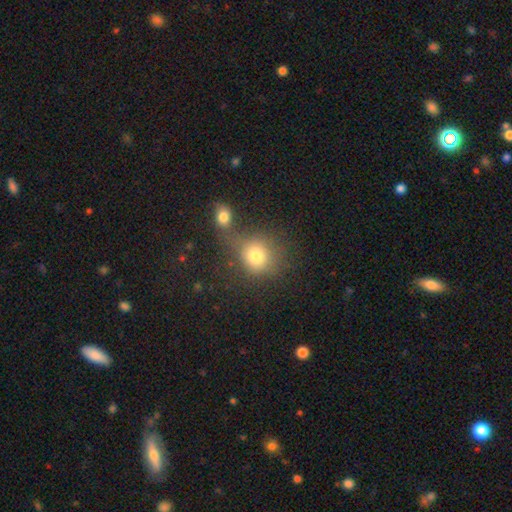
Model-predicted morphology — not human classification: The model was most divided on "merging": none: 46%, merger: 36%, minor disturbance: 11%, major disturbance: 7%. More confident: how rounded — round (80%); smooth or featured — smooth (78%).